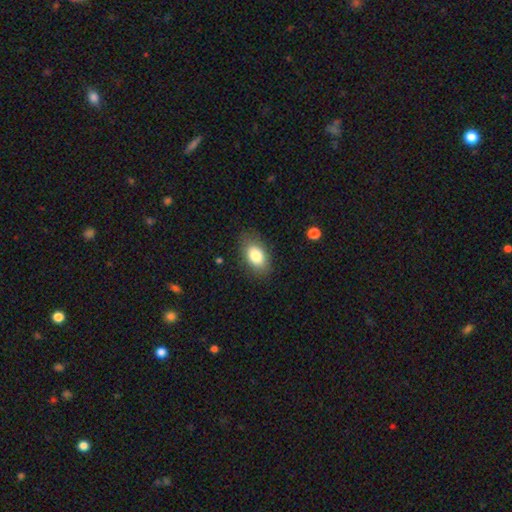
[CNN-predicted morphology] A smooth galaxy with no disk features (82%) that is in between round and cigar-shaped (90%). Merging: none (83%).